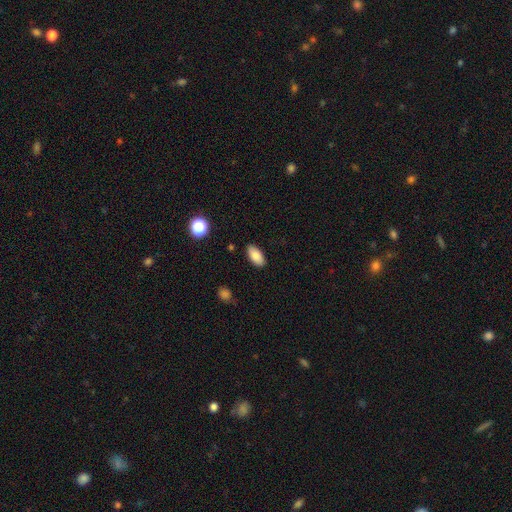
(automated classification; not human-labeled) Smooth or featured? Predicted: smooth (p=0.86). How rounded? Predicted: in between (p=0.92). Merging? Predicted: none (p=0.87).